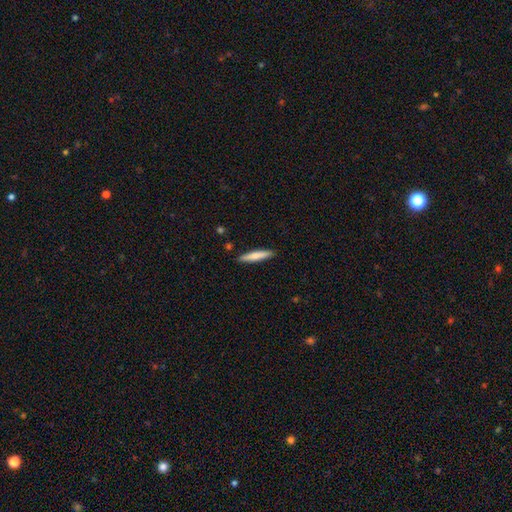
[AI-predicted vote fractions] A smooth galaxy with no disk features (73%) that is cigar-shaped (90%).

Vote fractions:
- Smooth or featured? smooth: 73% / featured or disk: 22% / star or artifact: 5%
- How rounded? cigar-shaped: 90% / in between: 9% / round: 1%
- Merging? none: 90% / minor disturbance: 7% / major disturbance: 1% / merger: 1%